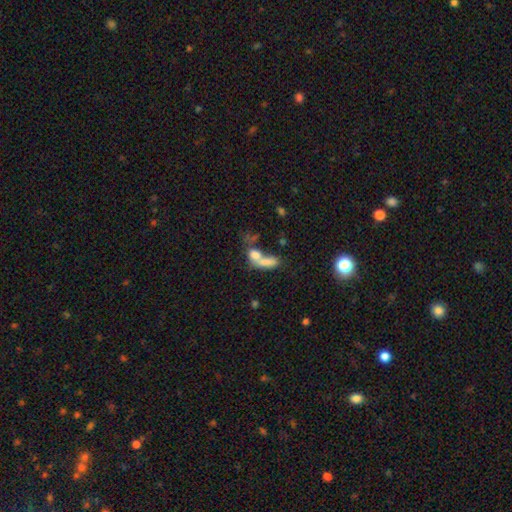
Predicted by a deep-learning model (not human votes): Smooth or featured?
  - smooth: 72% *
  - featured or disk: 17%
  - star or artifact: 11%
How rounded?
  - in between: 68% *
  - round: 16%
  - cigar-shaped: 16%
Merging?
  - merger: 63% *
  - none: 20%
  - major disturbance: 10%
  - minor disturbance: 8%